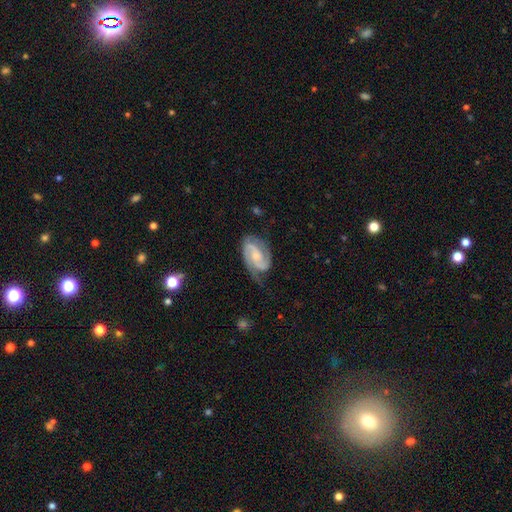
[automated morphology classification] Smooth or featured? Predicted: featured or disk (p=0.88). Edge-on disk? Predicted: no (p=0.97). Bar? Predicted: no (p=0.50). Spiral arms? Predicted: yes (p=0.98). Spiral winding? Predicted: medium (p=0.47). Spiral arm count? Predicted: 2 (p=0.88). Bulge size? Predicted: small (p=0.50). Merging? Predicted: none (p=0.66).